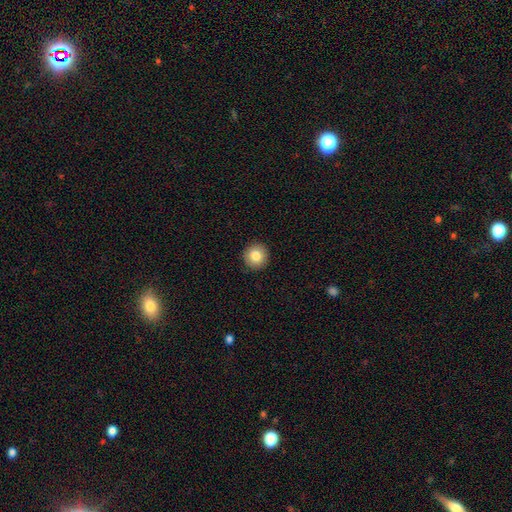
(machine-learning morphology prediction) Smooth or featured: smooth — 83% (star or artifact — 9%)
How rounded: round — 93% (in between — 6%)
Merging: none — 92% (minor disturbance — 5%)